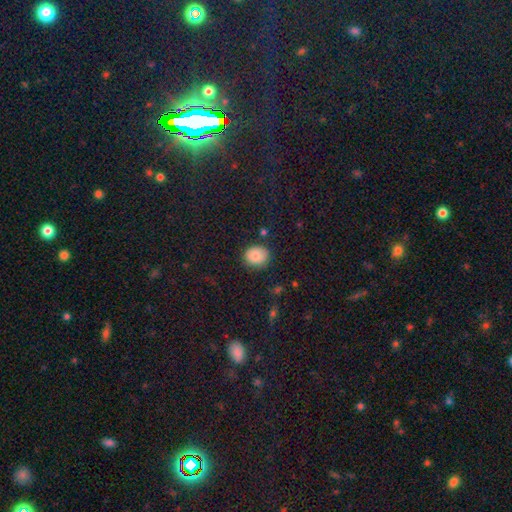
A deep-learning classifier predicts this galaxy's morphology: Smooth or featured? Predicted: smooth (p=0.83). How rounded? Predicted: round (p=0.69). Merging? Predicted: none (p=0.83).